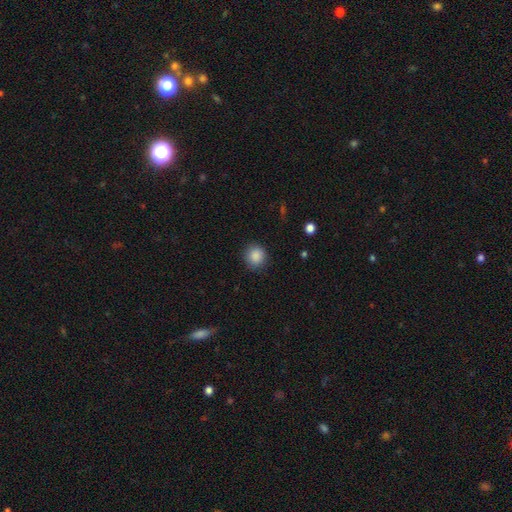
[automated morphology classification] A smooth galaxy with no disk features (88%) that is round (87%).

Vote fractions:
- Smooth or featured? smooth: 88% / star or artifact: 9% / featured or disk: 3%
- How rounded? round: 87% / in between: 12% / cigar-shaped: 1%
- Merging? none: 87% / minor disturbance: 9% / major disturbance: 3% / merger: 1%